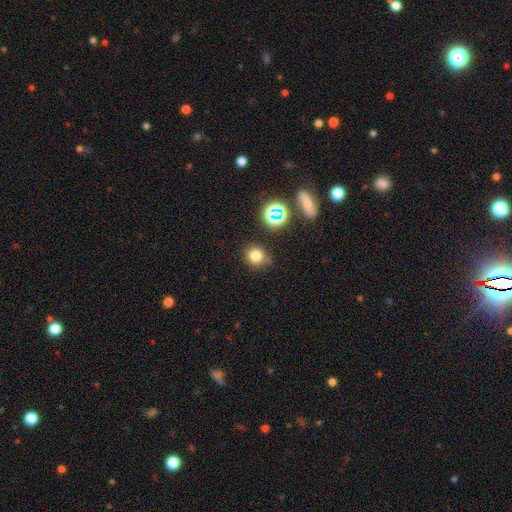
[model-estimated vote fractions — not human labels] smooth-or-featured: smooth: 75% | star or artifact: 18% | featured or disk: 7%
  how-rounded: round: 79% | in between: 20% | cigar-shaped: 1%
  merging: none: 80% | minor disturbance: 13% | major disturbance: 4% | merger: 3%